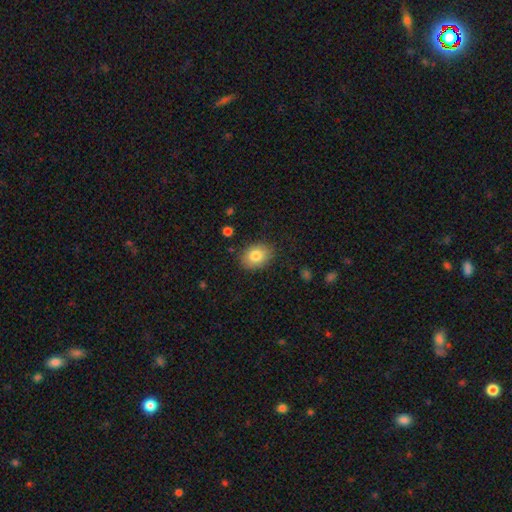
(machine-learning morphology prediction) This is clearly a smooth galaxy (83%). How rounded: likely in between (67%). Merging: clearly none (84%).